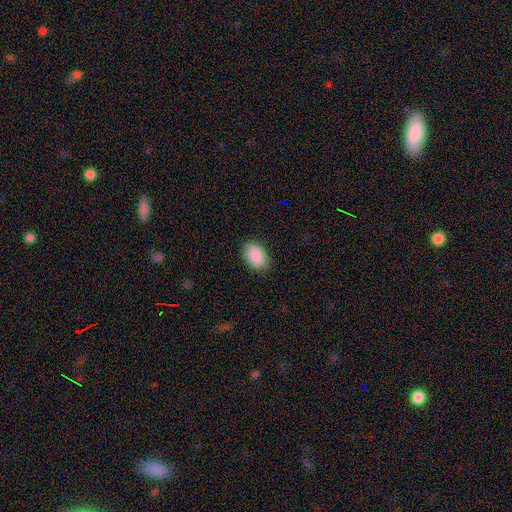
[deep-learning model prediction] A smooth galaxy with no disk features (90%) that is in between round and cigar-shaped (90%).

Vote fractions:
- Smooth or featured? smooth: 90% / star or artifact: 6% / featured or disk: 3%
- How rounded? in between: 90% / round: 8% / cigar-shaped: 1%
- Merging? none: 86% / minor disturbance: 11% / major disturbance: 3% / merger: 1%